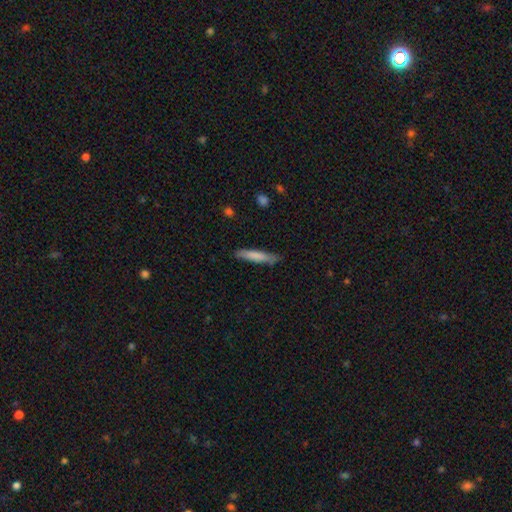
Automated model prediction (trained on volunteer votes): Smooth or featured: smooth — 76% (featured or disk — 18%)
How rounded: cigar-shaped — 87% (in between — 11%)
Merging: none — 78% (minor disturbance — 17%)